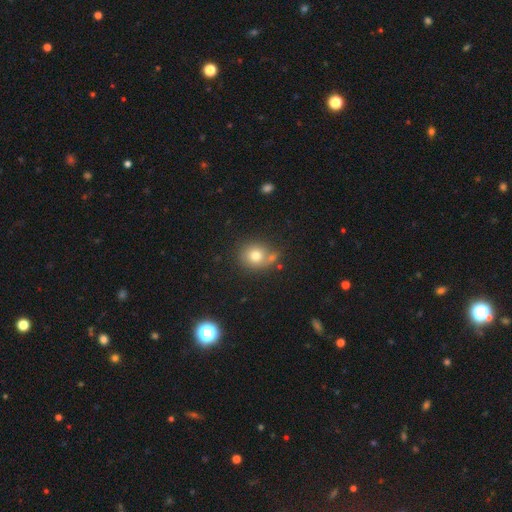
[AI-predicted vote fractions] Smooth or featured? Predicted: smooth (p=0.76). How rounded? Predicted: round (p=0.81). Merging? Predicted: none (p=0.64).